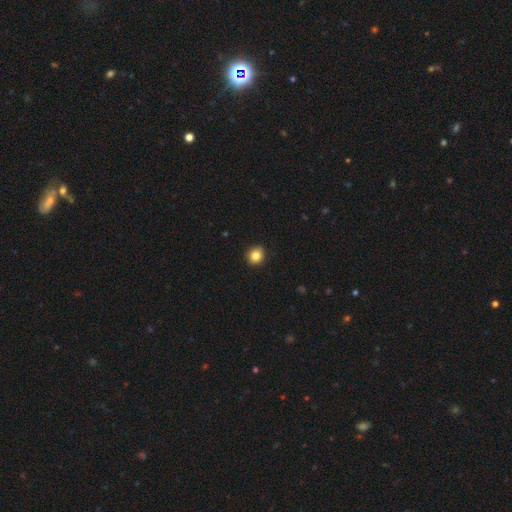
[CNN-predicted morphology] Smooth or featured: smooth — 84% (star or artifact — 10%)
How rounded: round — 80% (in between — 19%)
Merging: none — 91% (minor disturbance — 7%)